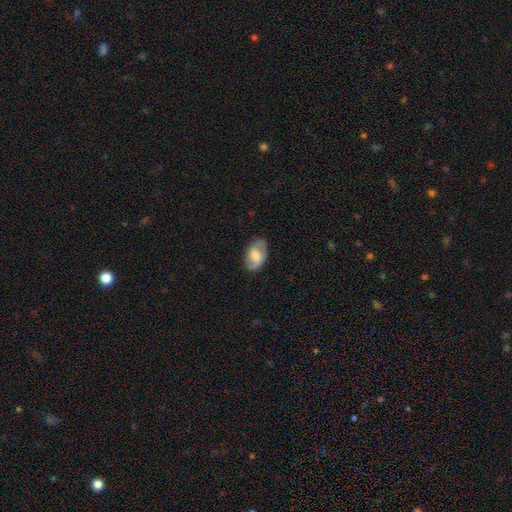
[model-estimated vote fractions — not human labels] Smooth or featured?
  - featured or disk: 54% *
  - smooth: 39%
  - star or artifact: 7%
Edge-on disk?
  - no: 95% *
  - yes: 5%
Bar?
  - weak: 49% *
  - no: 30%
  - strong: 20%
Spiral arms?
  - yes: 82% *
  - no: 18%
Bulge size?
  - moderate: 39% *
  - large: 25%
  - small: 20%
  - none: 13%
  - dominant: 3%
Merging?
  - none: 77% *
  - minor disturbance: 17%
  - major disturbance: 5%
  - merger: 1%